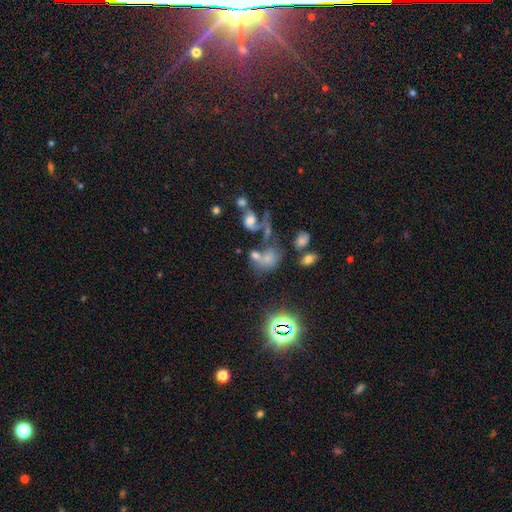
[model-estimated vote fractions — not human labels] A smooth galaxy with no disk features (50%).

Vote fractions:
- Smooth or featured? smooth: 50% / featured or disk: 27% / star or artifact: 23%
- Merging? merger: 51% / none: 20% / major disturbance: 19% / minor disturbance: 10%